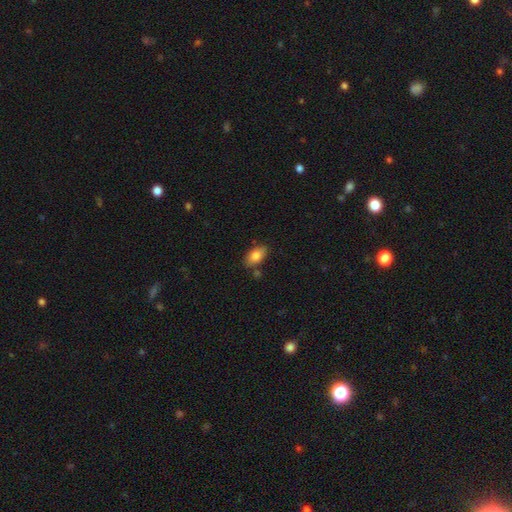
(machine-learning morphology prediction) Q: Smooth or featured?
A: smooth (83%); runner-up: featured or disk (10%)
Q: How rounded?
A: in between (91%); runner-up: round (6%)
Q: Merging?
A: none (78%); runner-up: minor disturbance (14%)